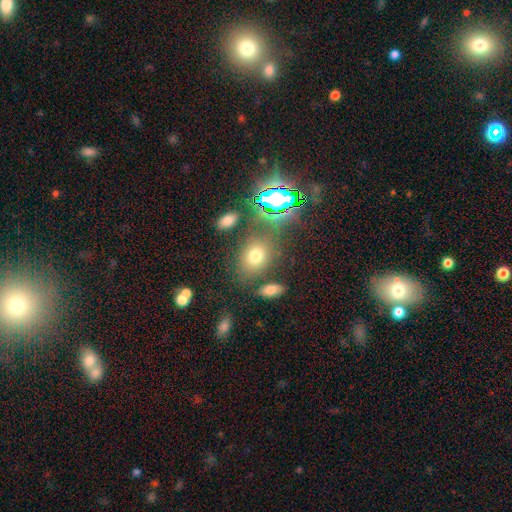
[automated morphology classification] Smooth or featured? smooth (69%)
How rounded? in between (63%)
Merging? none (71%)